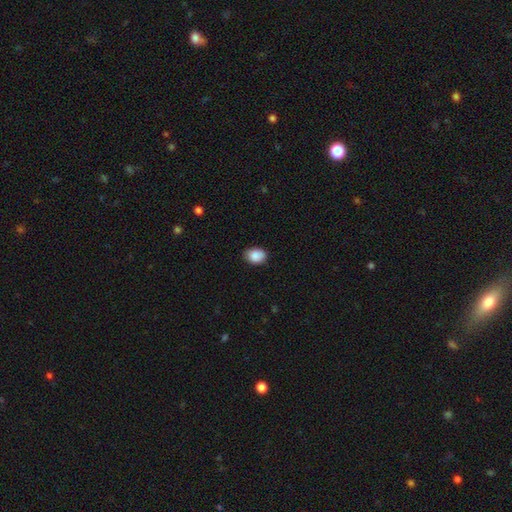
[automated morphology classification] Overall: smooth (88%). How rounded: in between (71%). Merging: none (80%).